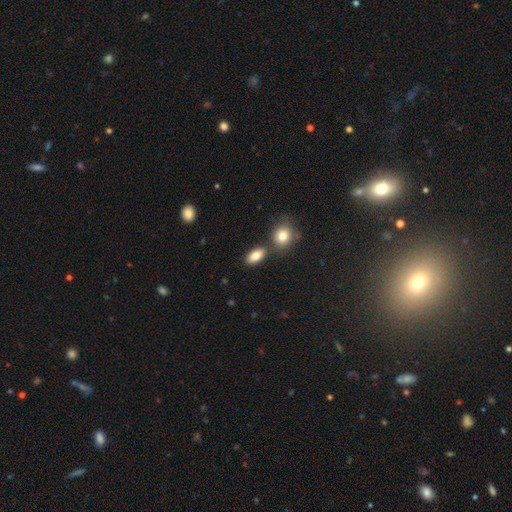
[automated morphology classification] type=smooth (84%); roundness=in between (88%); merging=none (70%).